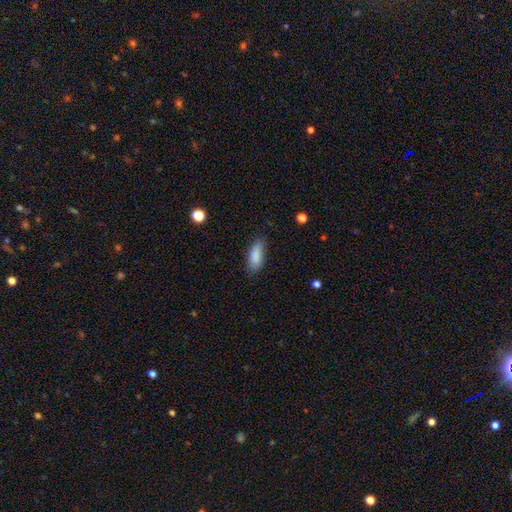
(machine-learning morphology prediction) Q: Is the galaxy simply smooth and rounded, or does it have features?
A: smooth — 87%.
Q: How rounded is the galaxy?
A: in between — 75%.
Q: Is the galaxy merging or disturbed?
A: none — 74%.